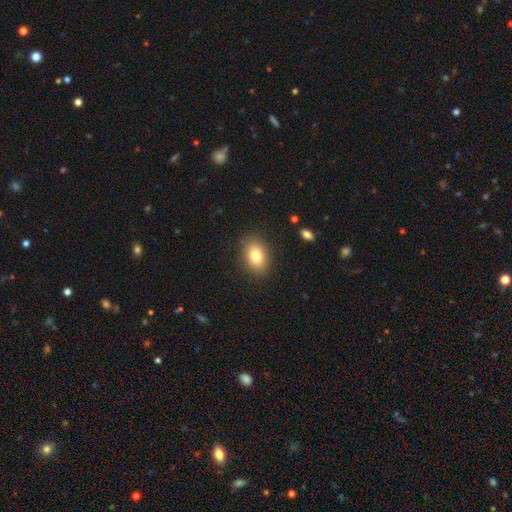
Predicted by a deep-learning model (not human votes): Overall: smooth (81%). How rounded: in between (80%). Merging: none (87%).